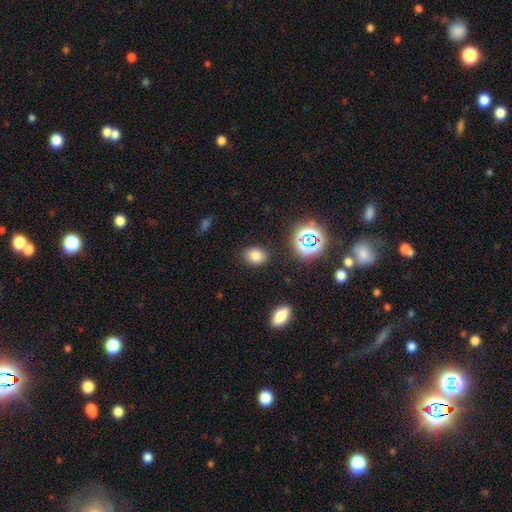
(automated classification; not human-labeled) smooth-or-featured: smooth: 76% | star or artifact: 17% | featured or disk: 7%
  how-rounded: in between: 56% | round: 43% | cigar-shaped: 1%
  merging: none: 86% | minor disturbance: 9% | major disturbance: 3% | merger: 2%